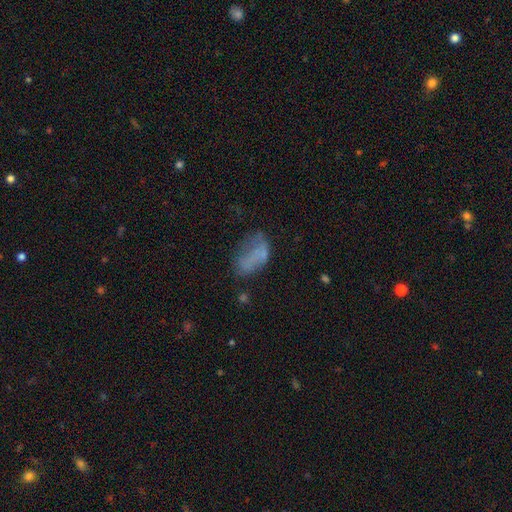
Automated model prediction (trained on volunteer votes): A smooth galaxy with no disk features (55%) that is in between round and cigar-shaped (89%). Merging: none (34%).